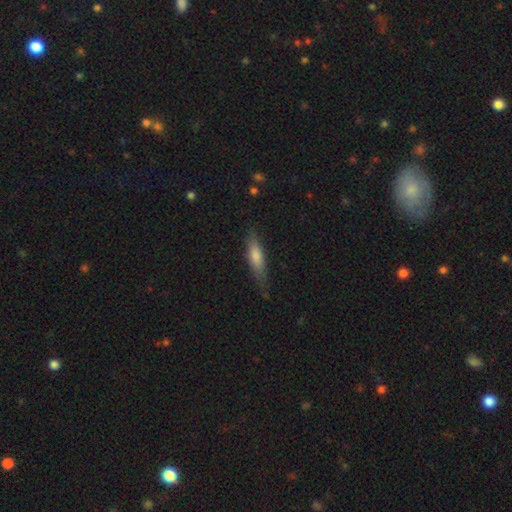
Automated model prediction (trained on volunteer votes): Smooth or featured? smooth (68%)
How rounded? cigar-shaped (72%)
Merging? none (73%)